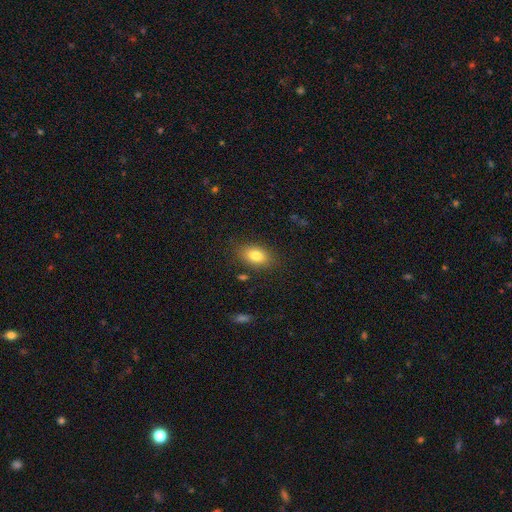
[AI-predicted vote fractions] Smooth or featured? smooth (81%)
How rounded? in between (86%)
Merging? none (83%)